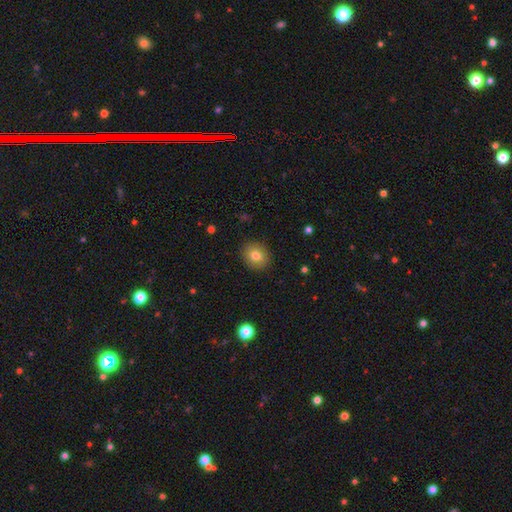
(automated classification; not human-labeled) Q: Smooth or featured?
A: smooth (79%); runner-up: featured or disk (11%)
Q: How rounded?
A: round (63%); runner-up: in between (36%)
Q: Merging?
A: none (90%); runner-up: minor disturbance (7%)